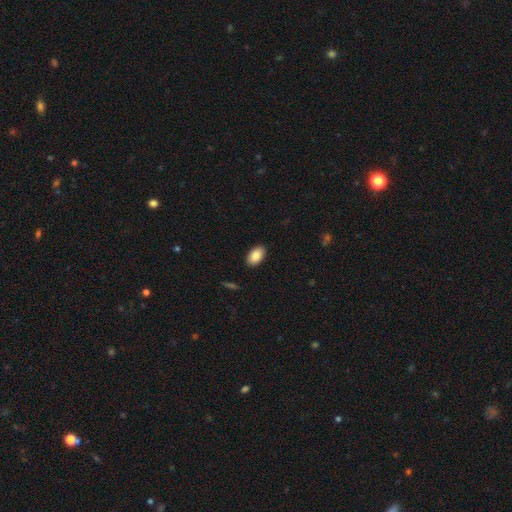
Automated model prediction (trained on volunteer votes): smooth 87%, star or artifact 7%, featured or disk 6%. Down the decision tree: how rounded — in between (94%); merging — none (90%).